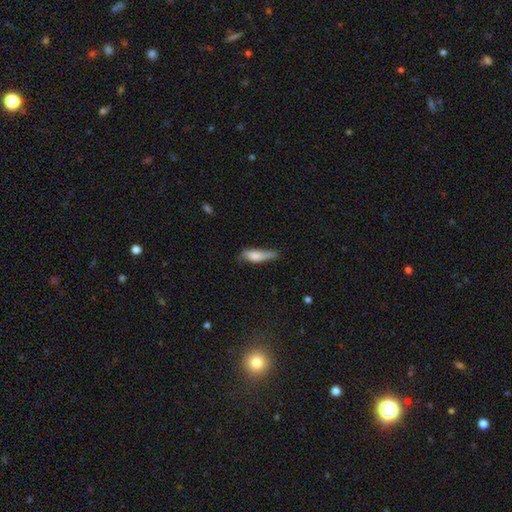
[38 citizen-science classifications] Q: Smooth or featured?
A: smooth (68%); runner-up: featured or disk (26%)
Q: How rounded?
A: in between (62%); runner-up: cigar-shaped (38%)
Q: Merging?
A: minor disturbance (47%); runner-up: none (39%)